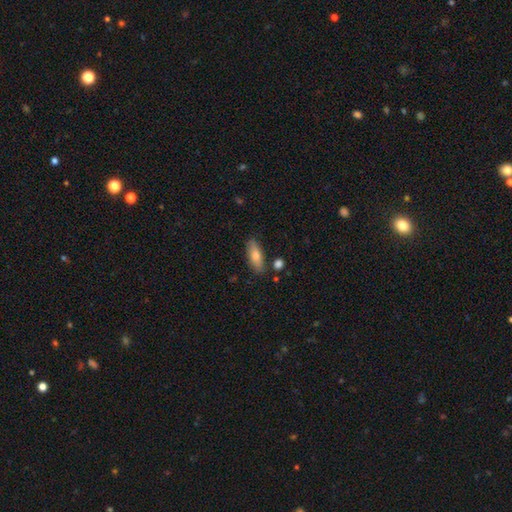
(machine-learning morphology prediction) Smooth or featured?
  - smooth: 78% *
  - featured or disk: 16%
  - star or artifact: 6%
How rounded?
  - in between: 63% *
  - cigar-shaped: 34%
  - round: 2%
Merging?
  - none: 82% *
  - minor disturbance: 12%
  - merger: 4%
  - major disturbance: 3%